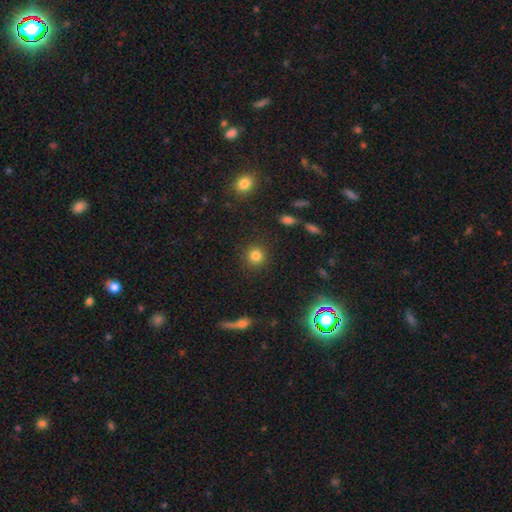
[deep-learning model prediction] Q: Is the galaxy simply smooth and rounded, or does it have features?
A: smooth — 81%.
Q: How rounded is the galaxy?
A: round — 91%.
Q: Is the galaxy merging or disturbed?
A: none — 90%.